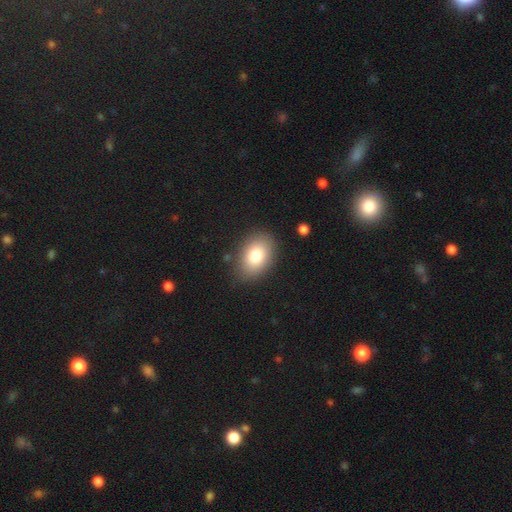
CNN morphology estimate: type=smooth (81%); roundness=in between (83%); merging=none (83%).